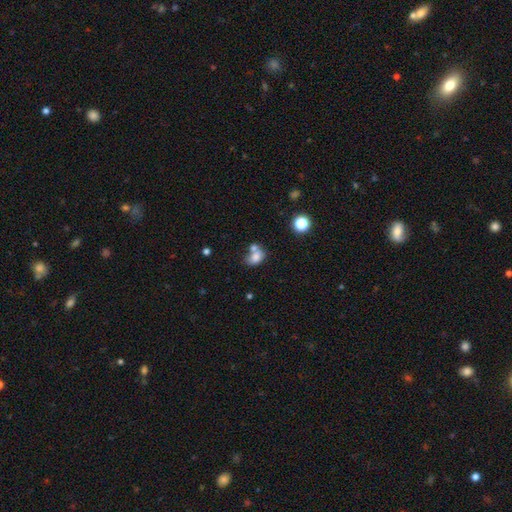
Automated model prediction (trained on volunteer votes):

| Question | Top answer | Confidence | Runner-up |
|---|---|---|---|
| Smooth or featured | smooth | 76% | featured or disk (13%) |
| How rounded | in between | 70% | round (28%) |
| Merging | merger | 47% | none (33%) |